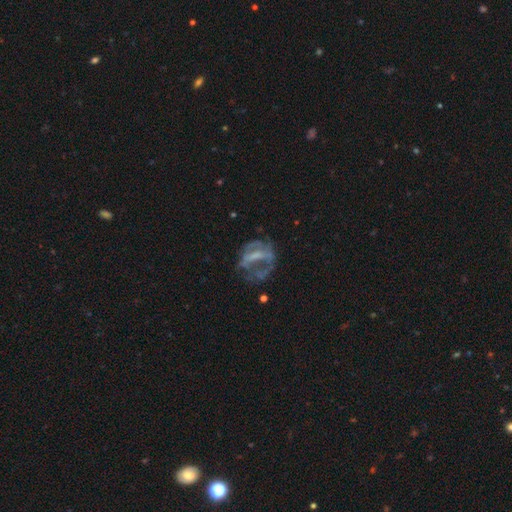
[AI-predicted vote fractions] Smooth or featured? featured or disk (63%)
Edge-on disk? no (96%)
Bar? no (46%)
Spiral arms? no (71%)
Bulge size? none (43%)
Merging? major disturbance (39%)